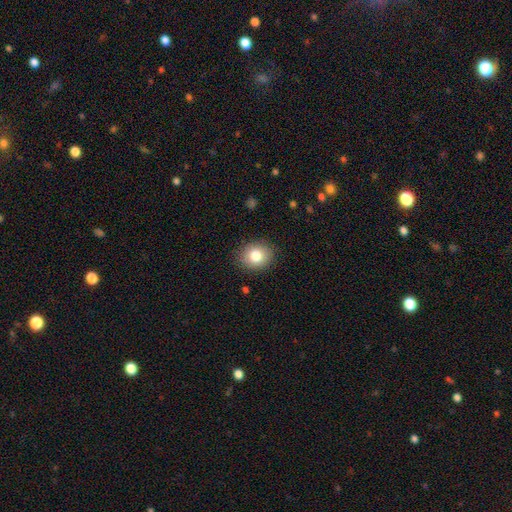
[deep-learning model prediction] smooth-or-featured: smooth: 81% | star or artifact: 9% | featured or disk: 9%
  how-rounded: round: 65% | in between: 34% | cigar-shaped: 1%
  merging: none: 88% | minor disturbance: 8% | major disturbance: 2% | merger: 1%